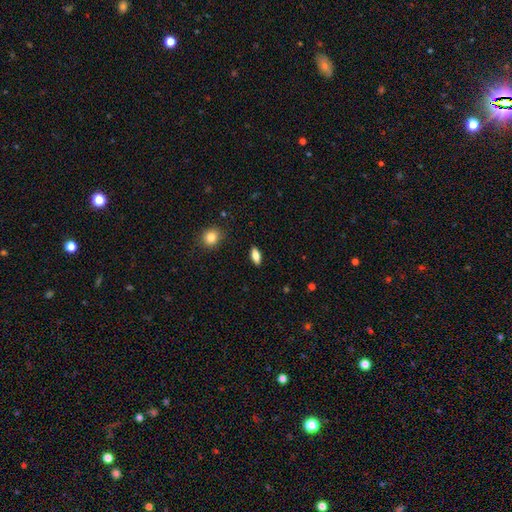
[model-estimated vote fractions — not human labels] Q: Smooth or featured?
A: smooth (78%); runner-up: featured or disk (14%)
Q: How rounded?
A: in between (81%); runner-up: cigar-shaped (16%)
Q: Merging?
A: none (89%); runner-up: minor disturbance (8%)